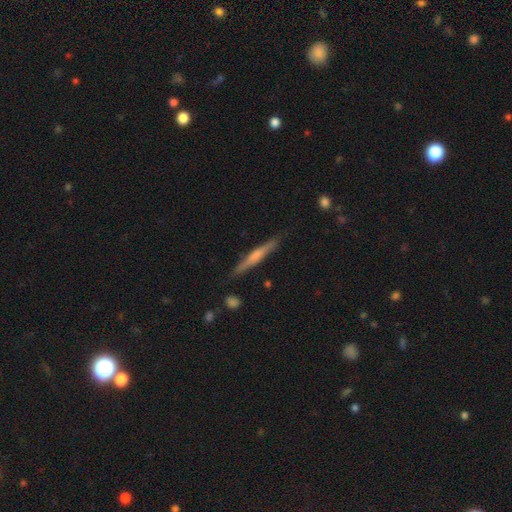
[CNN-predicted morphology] featured or disk 52%, smooth 42%, star or artifact 6%. Down the decision tree: edge-on disk — yes (97%); edge-on bulge — rounded (49%); merging — none (86%).